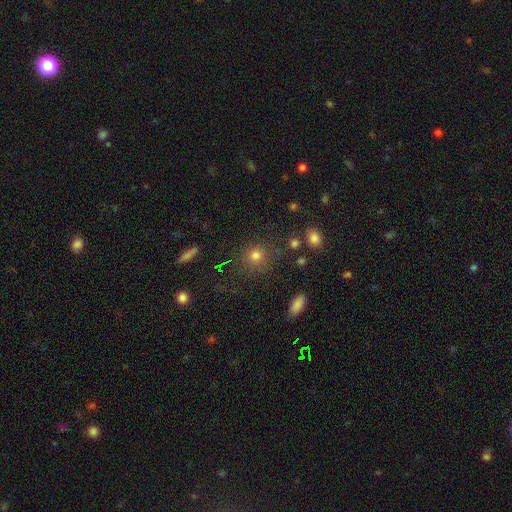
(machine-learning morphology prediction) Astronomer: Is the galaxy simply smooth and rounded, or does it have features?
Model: smooth — 75%.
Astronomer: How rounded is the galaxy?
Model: round — 88%.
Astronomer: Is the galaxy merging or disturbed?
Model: none — 81%.